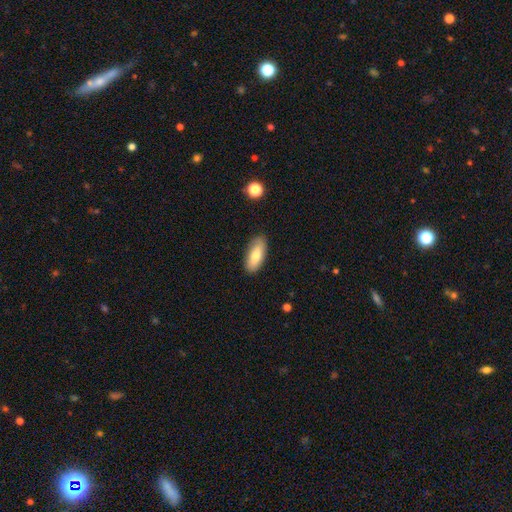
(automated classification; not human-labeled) smooth_or_featured: smooth (p=0.77) [alt: featured or disk p=0.17]
how_rounded: in between (p=0.81) [alt: cigar-shaped p=0.16]
merging: none (p=0.86) [alt: minor disturbance p=0.10]